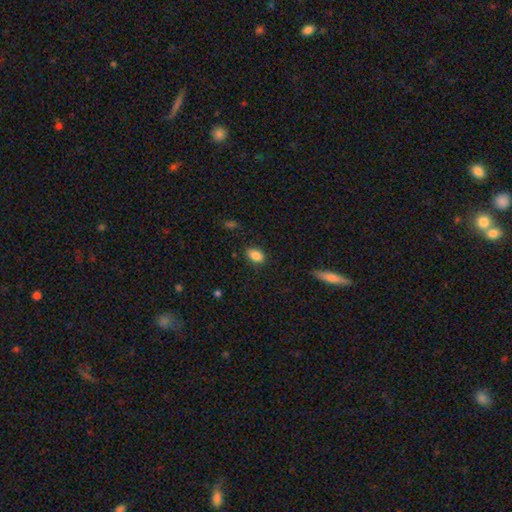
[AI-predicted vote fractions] smooth-or-featured: smooth: 85% | star or artifact: 9% | featured or disk: 6%
  how-rounded: in between: 85% | round: 12% | cigar-shaped: 2%
  merging: none: 81% | minor disturbance: 15% | major disturbance: 3% | merger: 1%